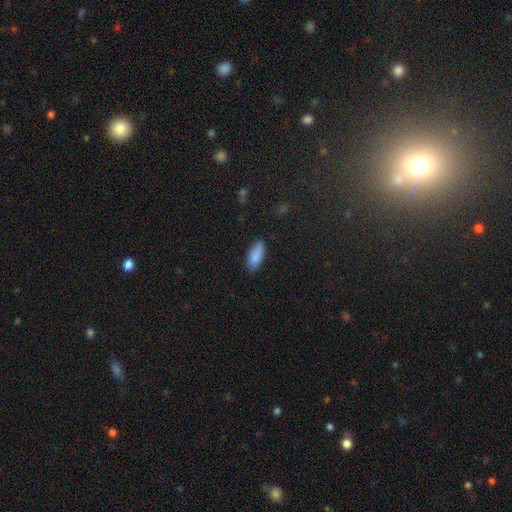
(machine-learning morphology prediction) type=smooth (87%); roundness=in between (84%); merging=none (83%).